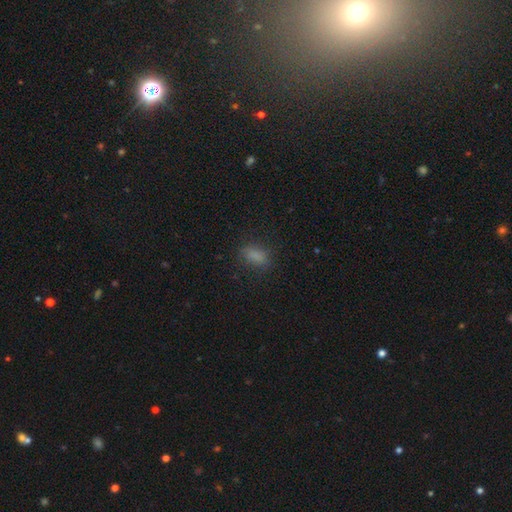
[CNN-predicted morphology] smooth 81%, star or artifact 13%, featured or disk 6%. Down the decision tree: how rounded — in between (82%); merging — none (78%).